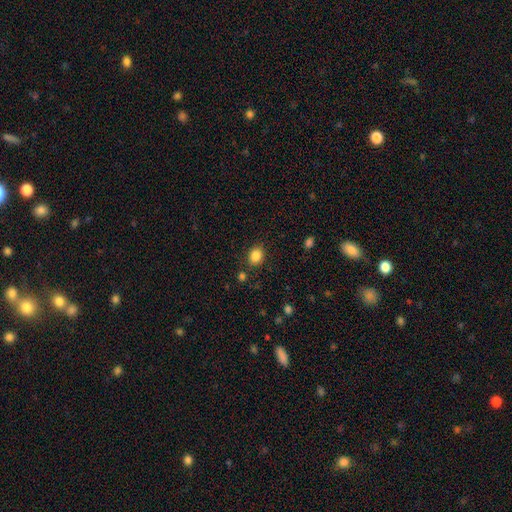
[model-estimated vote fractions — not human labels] The model was most divided on "how rounded": round: 54%, in between: 45%, cigar-shaped: 1%. More confident: smooth or featured — smooth (86%); merging — none (84%).